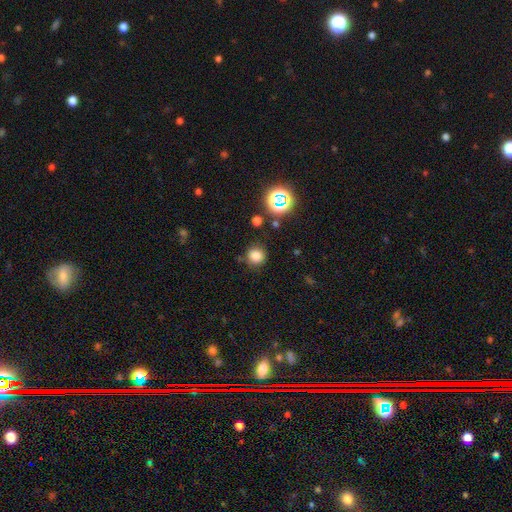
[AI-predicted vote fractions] This appears to be a smooth galaxy with no disk features (78%) that is round (91%). Merging: none (83%).